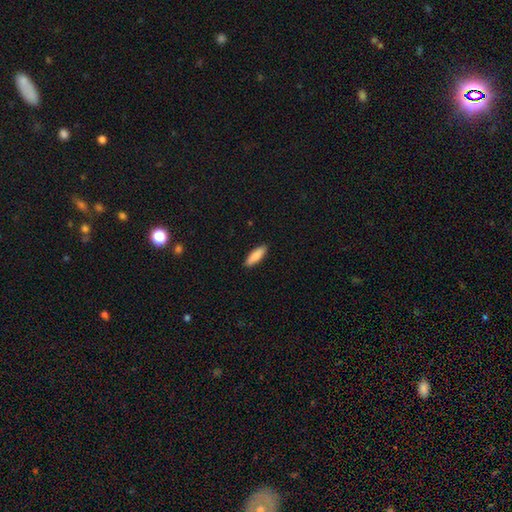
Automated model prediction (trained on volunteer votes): Smooth or featured?
  - smooth: 86% *
  - featured or disk: 9%
  - star or artifact: 5%
How rounded?
  - cigar-shaped: 50% *
  - in between: 49%
  - round: 2%
Merging?
  - none: 90% *
  - minor disturbance: 7%
  - major disturbance: 2%
  - merger: 1%